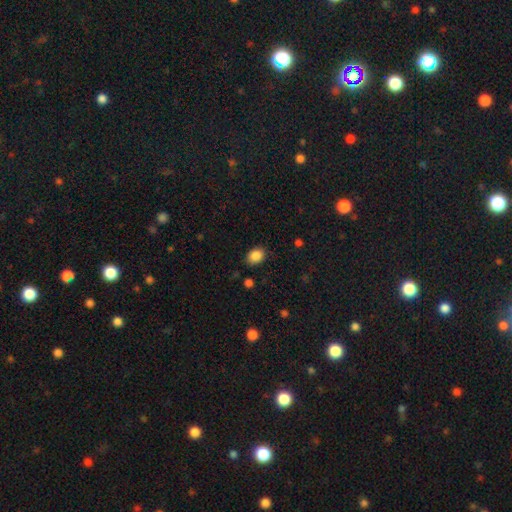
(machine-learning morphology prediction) smooth-or-featured: smooth: 87% | star or artifact: 9% | featured or disk: 4%
  how-rounded: in between: 68% | round: 31% | cigar-shaped: 1%
  merging: none: 83% | minor disturbance: 13% | major disturbance: 3% | merger: 2%